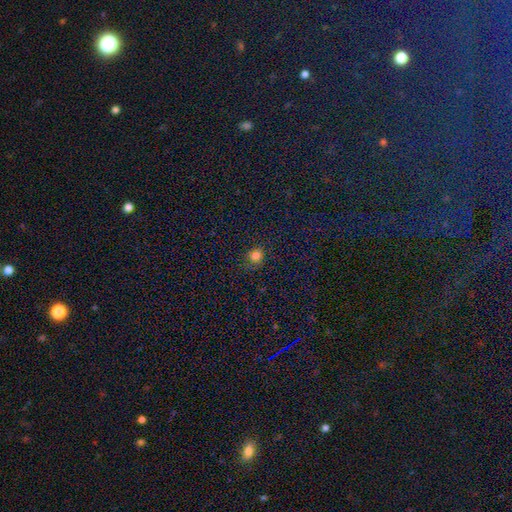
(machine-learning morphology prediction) smooth 80%, star or artifact 15%, featured or disk 5%. Down the decision tree: how rounded — round (77%); merging — none (80%).